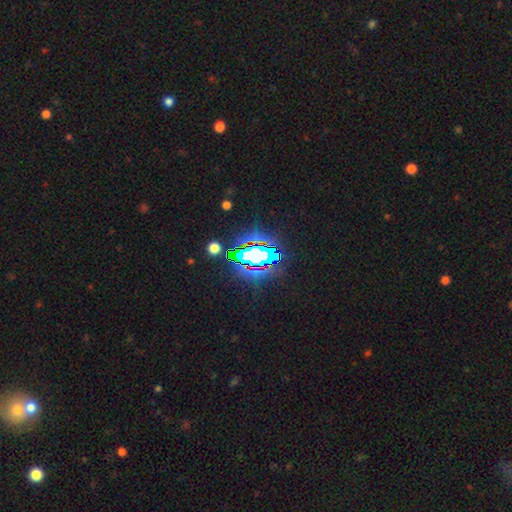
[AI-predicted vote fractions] Smooth or featured: star or artifact — 66% (smooth — 18%)